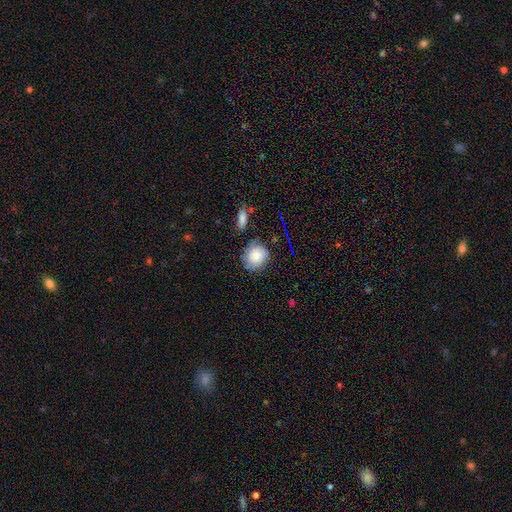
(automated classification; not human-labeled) A smooth galaxy with no disk features (74%) that is round (75%).

Vote fractions:
- Smooth or featured? smooth: 74% / featured or disk: 16% / star or artifact: 10%
- How rounded? round: 75% / in between: 23% / cigar-shaped: 1%
- Merging? none: 72% / minor disturbance: 19% / major disturbance: 5% / merger: 4%